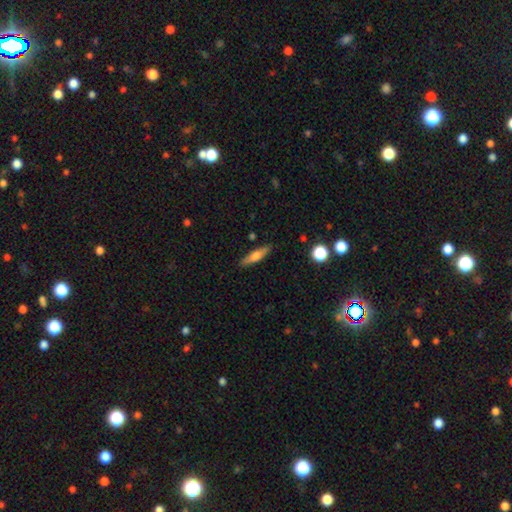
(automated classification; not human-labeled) smooth 61%, featured or disk 33%, star or artifact 7%. Down the decision tree: how rounded — cigar-shaped (75%); merging — none (87%).